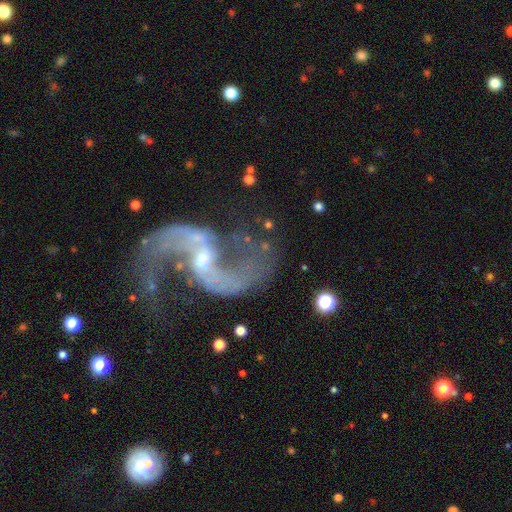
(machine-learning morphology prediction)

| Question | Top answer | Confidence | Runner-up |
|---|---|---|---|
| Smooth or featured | featured or disk | 92% | star or artifact (5%) |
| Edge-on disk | no | 98% | yes (2%) |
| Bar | weak | 44% | no (33%) |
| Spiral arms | yes | 97% | no (3%) |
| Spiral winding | loose | 77% | medium (19%) |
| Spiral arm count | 2 | 94% | can't tell (1%) |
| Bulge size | small | 64% | moderate (27%) |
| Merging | none | 69% | minor disturbance (15%) |